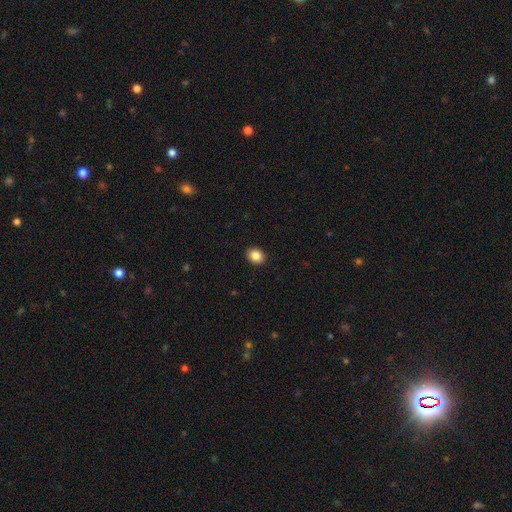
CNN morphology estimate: This appears to be a smooth galaxy with no disk features (86%) that is round (53%). Merging: none (92%).